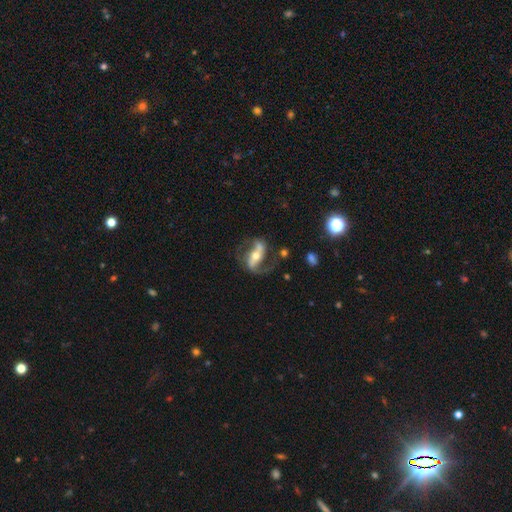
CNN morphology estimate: A featured or disk galaxy (83%) with a strong bar (57%), 2 (87%) loose (47%) spiral arms (92%) and a moderate central bulge (62%).

Vote fractions:
- Smooth or featured? featured or disk: 83% / smooth: 12% / star or artifact: 6%
- Edge-on disk? no: 92% / yes: 8%
- Bar? strong: 57% / weak: 23% / no: 20%
- Spiral arms? yes: 92% / no: 8%
- Spiral winding? loose: 47% / medium: 40% / tight: 13%
- Spiral arm count? 2: 87% / 1: 6% / can't tell: 4% / 3: 1% / 4: 1% / more than 4: 1%
- Bulge size? moderate: 62% / small: 30% / large: 6% / none: 1% / dominant: 1%
- Merging? none: 65% / minor disturbance: 16% / major disturbance: 15% / merger: 4%